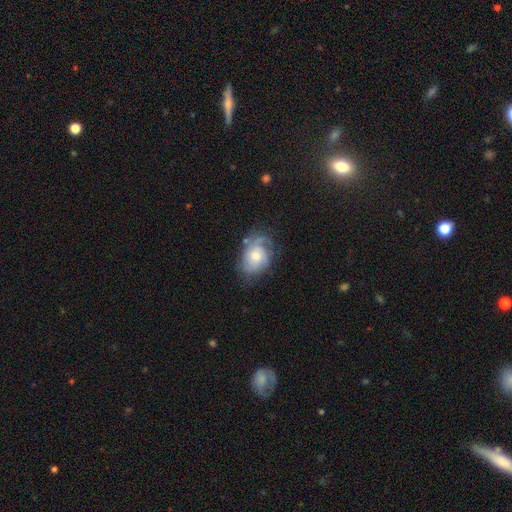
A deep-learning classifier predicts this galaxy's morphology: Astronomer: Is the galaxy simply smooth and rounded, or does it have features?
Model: featured or disk — 63%.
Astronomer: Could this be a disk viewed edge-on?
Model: no — 97%.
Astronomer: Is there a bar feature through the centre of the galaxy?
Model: no — 75%.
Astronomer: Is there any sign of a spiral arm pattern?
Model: yes — 84%.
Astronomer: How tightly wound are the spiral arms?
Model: tight — 49% (runner-up: medium, 35%).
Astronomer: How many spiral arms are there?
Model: can't tell — 37% (runner-up: 2, 27%).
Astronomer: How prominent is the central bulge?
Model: moderate — 56%.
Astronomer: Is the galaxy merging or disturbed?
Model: none — 56%.